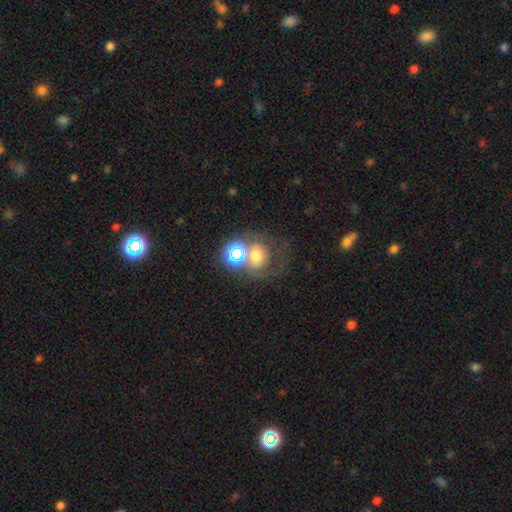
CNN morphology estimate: This appears to be a smooth galaxy with no disk features (47%). Merging: none (42%).